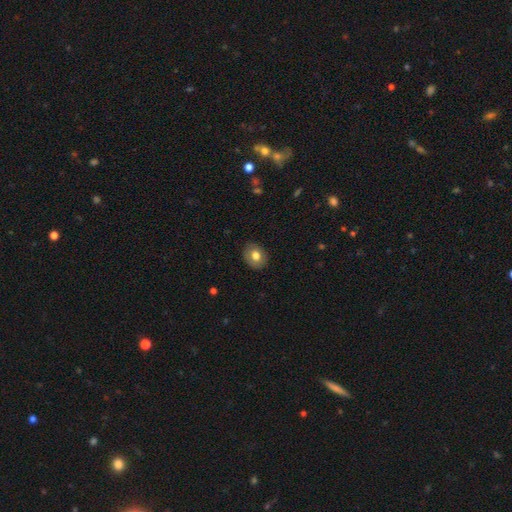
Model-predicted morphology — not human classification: Smooth or featured?
  - smooth: 76% *
  - featured or disk: 16%
  - star or artifact: 8%
How rounded?
  - round: 51% *
  - in between: 48%
  - cigar-shaped: 1%
Merging?
  - none: 87% *
  - minor disturbance: 10%
  - major disturbance: 2%
  - merger: 1%